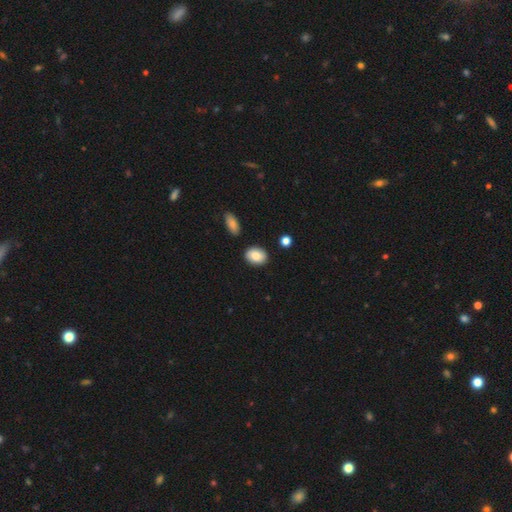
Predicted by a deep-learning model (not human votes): smooth 85%, featured or disk 8%, star or artifact 7%. Down the decision tree: how rounded — in between (71%); merging — none (86%).